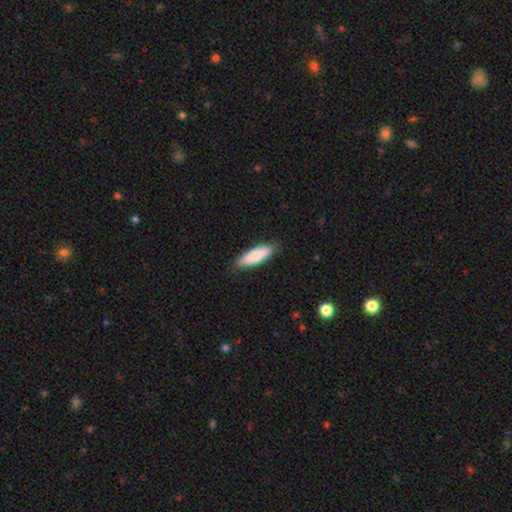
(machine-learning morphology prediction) smooth_or_featured: smooth (p=0.83) [alt: featured or disk p=0.12]
how_rounded: in between (p=0.50) [alt: cigar-shaped p=0.48]
merging: none (p=0.86) [alt: minor disturbance p=0.11]